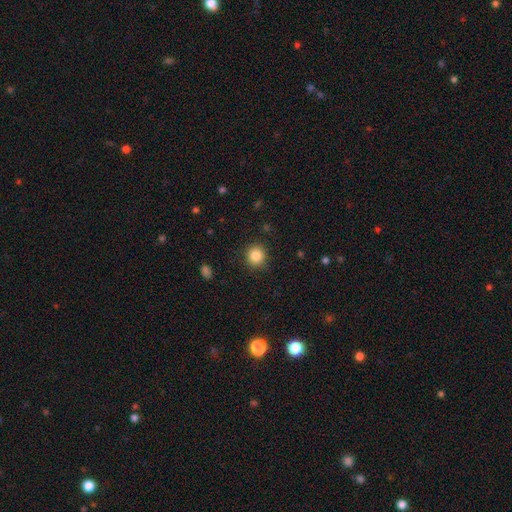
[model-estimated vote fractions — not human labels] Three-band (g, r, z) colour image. It shows a smooth galaxy with no disk features (85%) that is round (91%). Merging: none (89%).